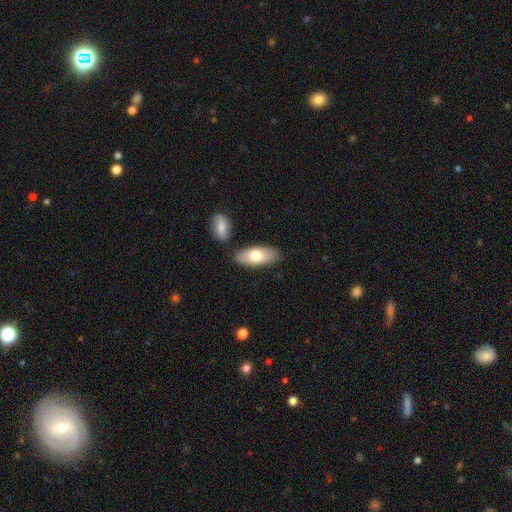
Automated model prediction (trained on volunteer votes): This is likely a smooth galaxy (73%). How rounded: clearly in between (86%). Merging: clearly none (80%).